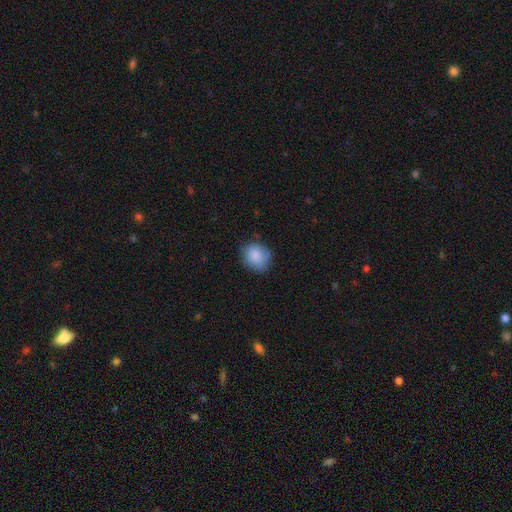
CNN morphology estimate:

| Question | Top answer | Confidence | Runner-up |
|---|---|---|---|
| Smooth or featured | smooth | 86% | star or artifact (7%) |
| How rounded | round | 73% | in between (26%) |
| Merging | none | 74% | minor disturbance (21%) |